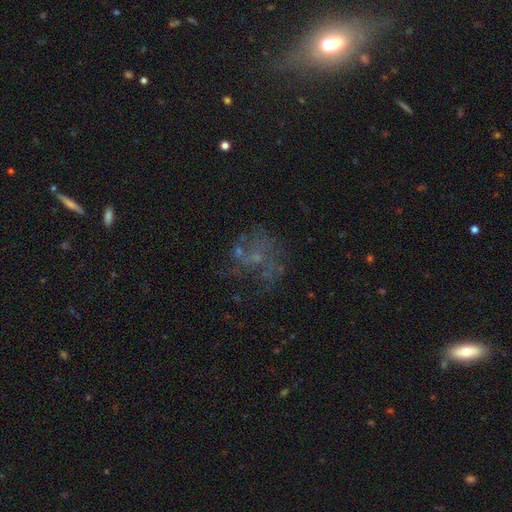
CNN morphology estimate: type=featured or disk (51%); edge-on=no (98%); bar=no (87%); spiral arms=no (68%); bulge=none (46%); merging=none (49%).